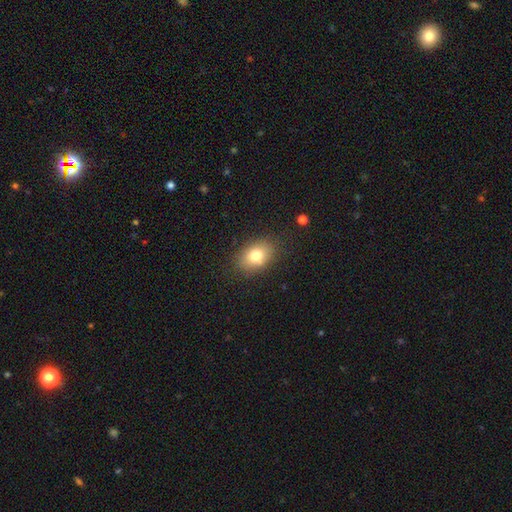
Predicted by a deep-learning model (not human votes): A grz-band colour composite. It shows a smooth galaxy with no disk features (77%) that is in between round and cigar-shaped (74%). Merging: none (82%).